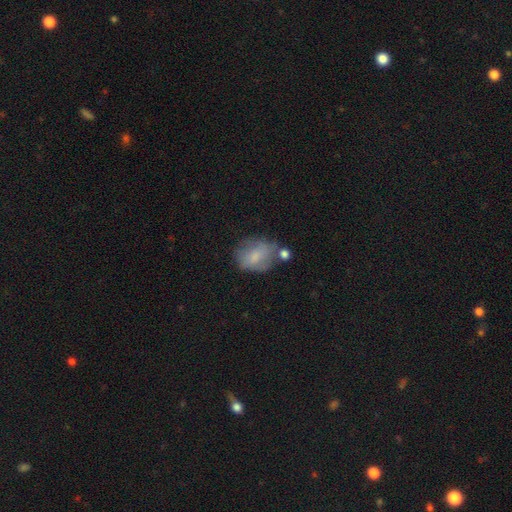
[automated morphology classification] A smooth galaxy with no disk features (65%) that is in between round and cigar-shaped (52%). Merging: none (47%).